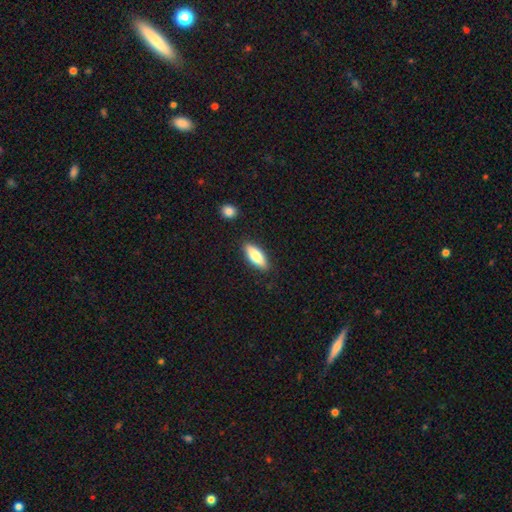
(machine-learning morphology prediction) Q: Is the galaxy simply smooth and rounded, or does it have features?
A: smooth — 77%.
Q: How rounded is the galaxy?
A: in between — 69%.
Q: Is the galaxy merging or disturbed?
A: none — 86%.